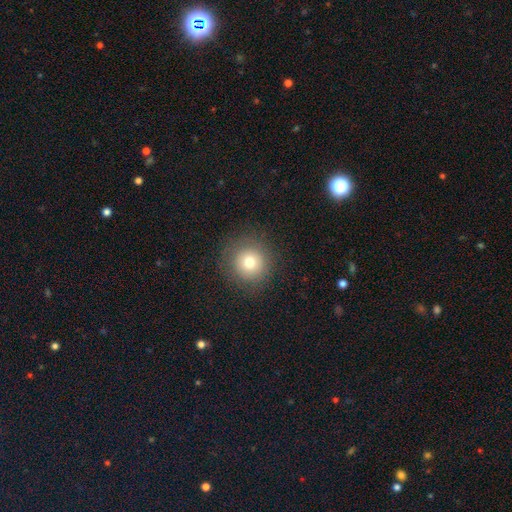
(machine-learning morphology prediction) Smooth or featured?
  - smooth: 59% *
  - star or artifact: 31%
  - featured or disk: 11%
How rounded?
  - round: 95% *
  - in between: 4%
  - cigar-shaped: 1%
Merging?
  - none: 91% *
  - minor disturbance: 5%
  - major disturbance: 2%
  - merger: 1%